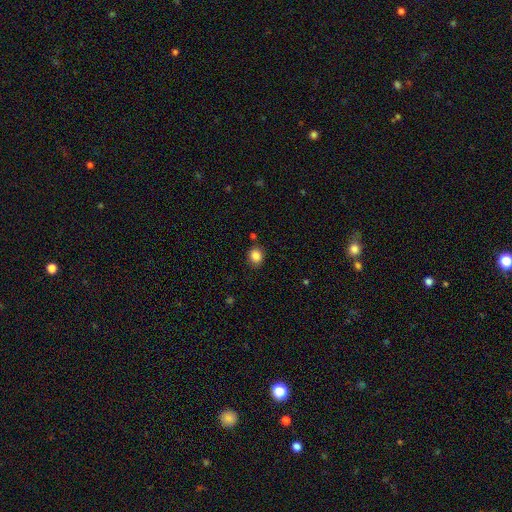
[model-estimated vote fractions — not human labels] A smooth galaxy with no disk features (86%) that is round (74%). Merging: none (84%).